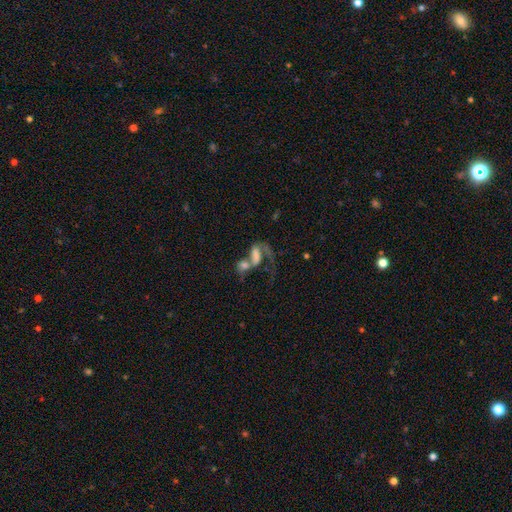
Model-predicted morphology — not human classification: smooth 45%, featured or disk 42%, star or artifact 13%. Down the decision tree: merging — merger (63%).